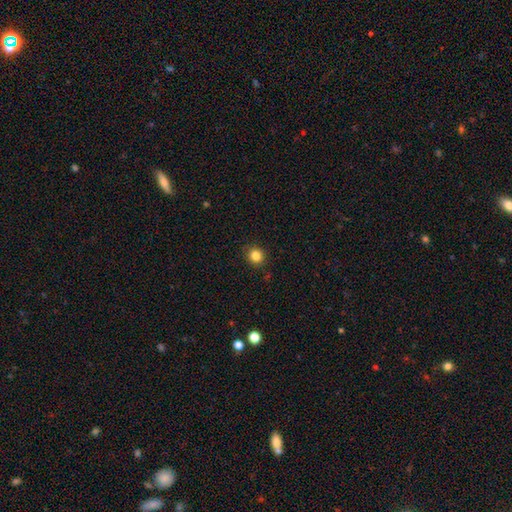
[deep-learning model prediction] This appears to be a smooth galaxy with no disk features (84%) that is round (87%). Merging: none (90%).